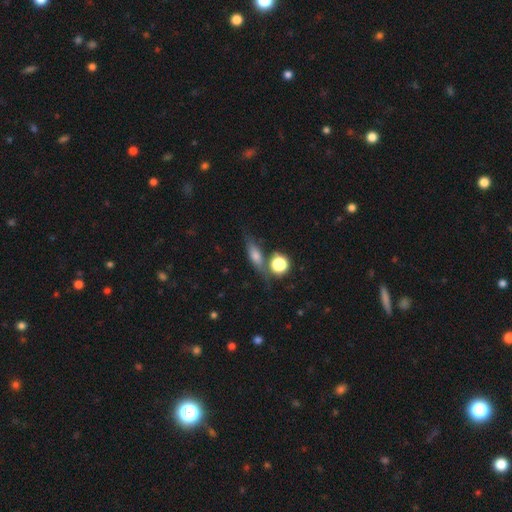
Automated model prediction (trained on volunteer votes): Smooth or featured? smooth (52%)
How rounded? cigar-shaped (45%)
Merging? none (66%)